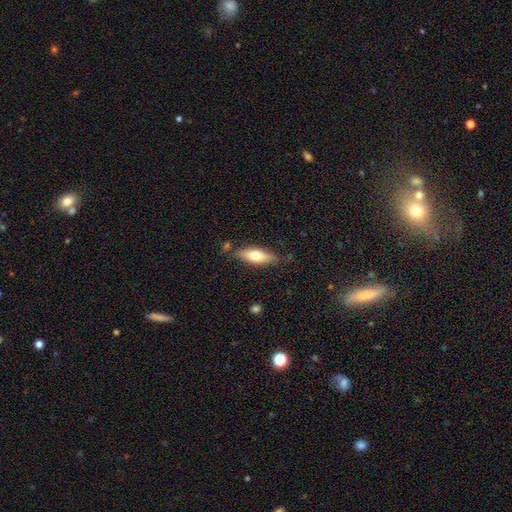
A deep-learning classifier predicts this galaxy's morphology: Smooth or featured? smooth (65%)
How rounded? in between (59%)
Merging? none (77%)